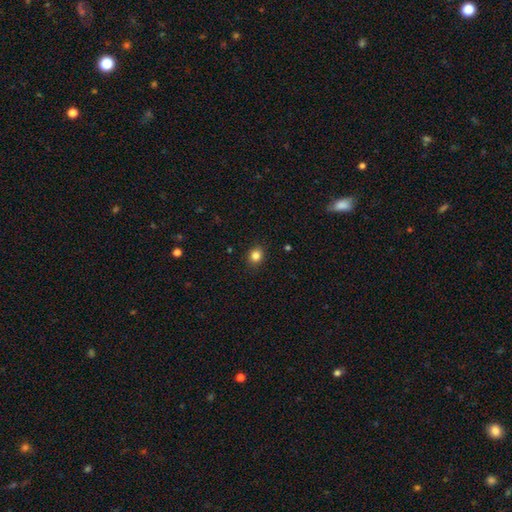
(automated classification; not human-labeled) smooth 84%, star or artifact 11%, featured or disk 4%. Down the decision tree: how rounded — round (68%); merging — none (90%).